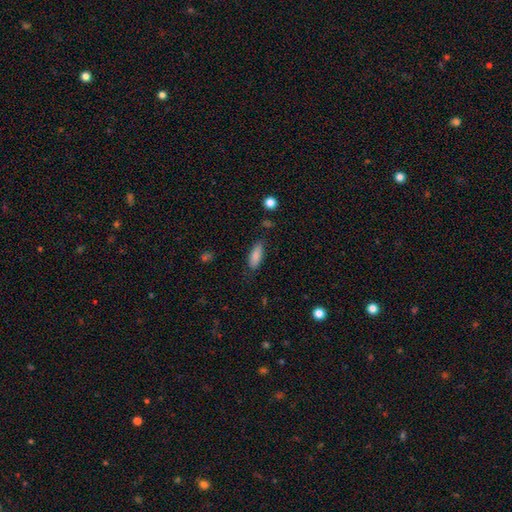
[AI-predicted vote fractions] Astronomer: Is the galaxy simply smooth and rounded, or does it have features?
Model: smooth — 86%.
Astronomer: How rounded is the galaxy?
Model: in between — 69%.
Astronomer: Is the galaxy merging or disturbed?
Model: none — 78%.